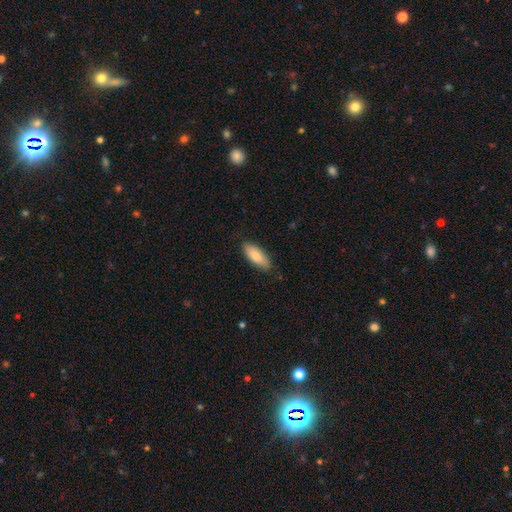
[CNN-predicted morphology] type=smooth (80%); roundness=in between (76%); merging=none (84%).